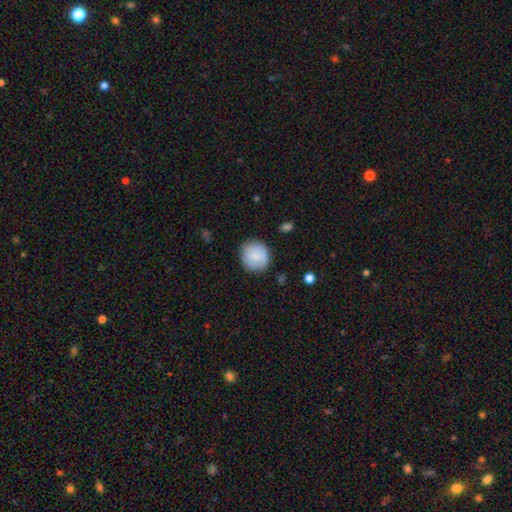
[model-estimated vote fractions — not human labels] This appears to be a smooth galaxy with no disk features (78%) that is round (91%). Merging: none (84%).